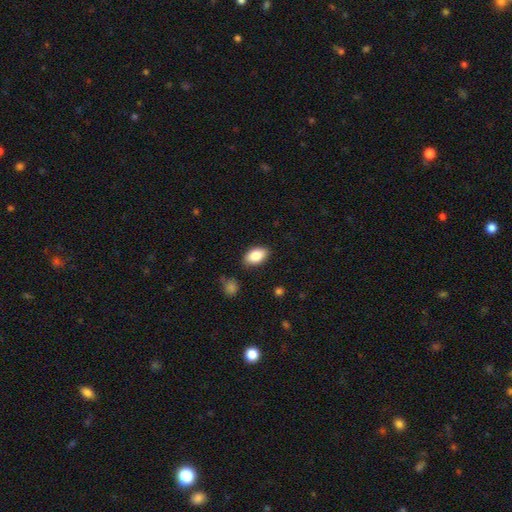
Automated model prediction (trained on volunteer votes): Smooth or featured? smooth (85%)
How rounded? in between (91%)
Merging? none (86%)